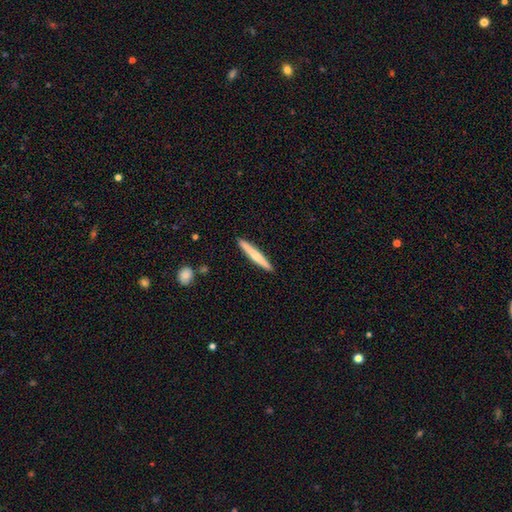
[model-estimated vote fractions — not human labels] The model was most divided on "smooth or featured": smooth: 58%, featured or disk: 37%, star or artifact: 5%. More confident: how rounded — cigar-shaped (96%); merging — none (92%).